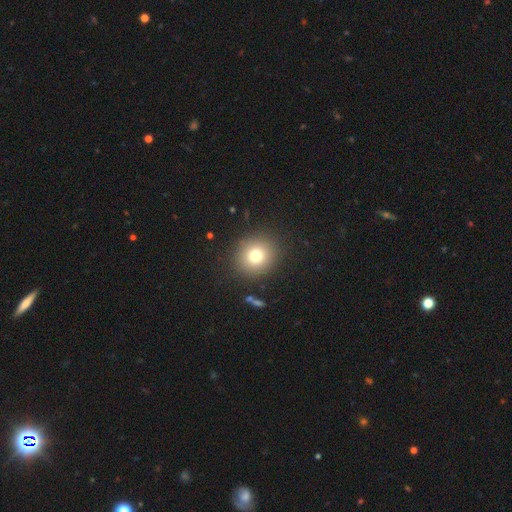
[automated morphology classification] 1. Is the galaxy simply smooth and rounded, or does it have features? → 75% smooth, 14% star or artifact, 12% featured or disk.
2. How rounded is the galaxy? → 85% round, 14% in between, 1% cigar-shaped.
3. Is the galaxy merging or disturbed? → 89% none, 7% minor disturbance, 3% major disturbance, 2% merger.